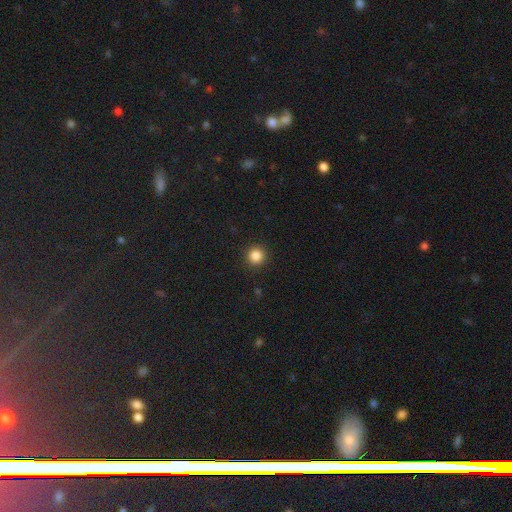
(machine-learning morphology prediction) Smooth or featured? Predicted: smooth (p=0.85). How rounded? Predicted: round (p=0.95). Merging? Predicted: none (p=0.93).